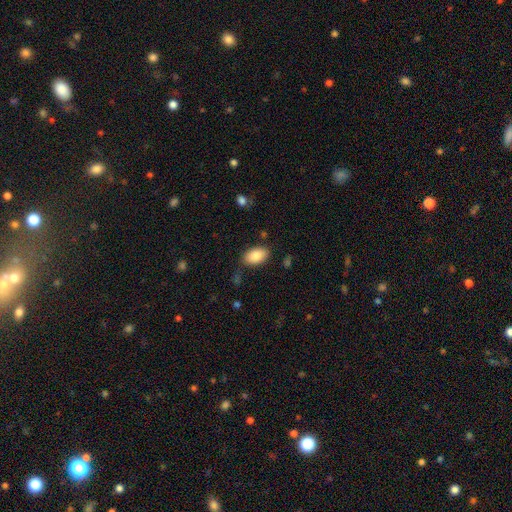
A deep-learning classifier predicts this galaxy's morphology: smooth_or_featured: smooth (p=0.85) [alt: featured or disk p=0.09]
how_rounded: in between (p=0.93) [alt: round p=0.06]
merging: none (p=0.81) [alt: minor disturbance p=0.14]